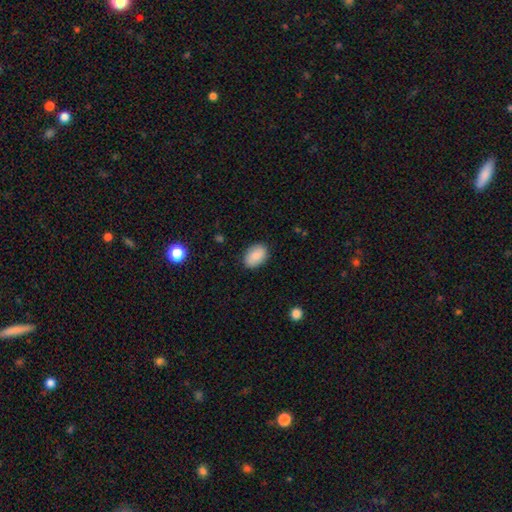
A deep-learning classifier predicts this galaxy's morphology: smooth-or-featured: smooth: 85% | featured or disk: 8% | star or artifact: 7%
  how-rounded: in between: 87% | round: 12% | cigar-shaped: 1%
  merging: none: 87% | minor disturbance: 10% | major disturbance: 2% | merger: 1%